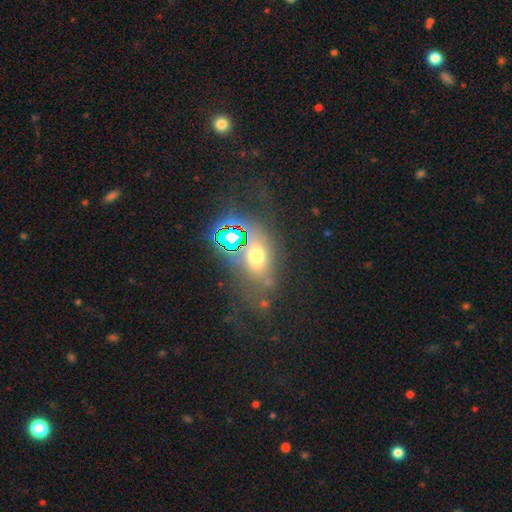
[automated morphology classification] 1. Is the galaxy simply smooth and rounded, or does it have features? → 50% smooth, 32% star or artifact, 18% featured or disk.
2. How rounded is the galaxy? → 65% in between, 31% round, 4% cigar-shaped.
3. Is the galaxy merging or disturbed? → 57% none, 18% minor disturbance, 14% major disturbance, 11% merger.